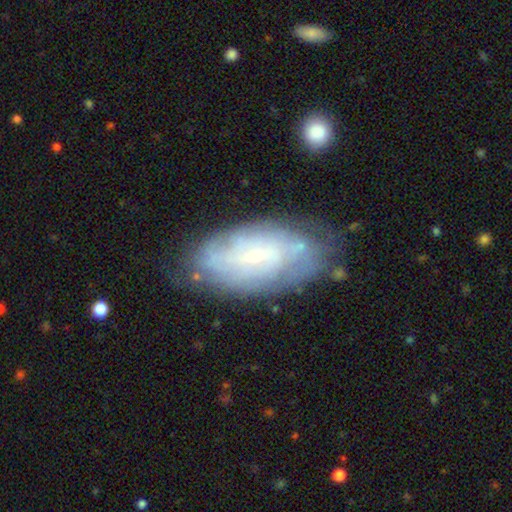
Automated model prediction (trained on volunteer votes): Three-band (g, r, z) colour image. It shows a featured or disk galaxy (65%) with a weak bar (49%), spiral arms (78%) and a small central bulge (69%). Merging: none (70%).